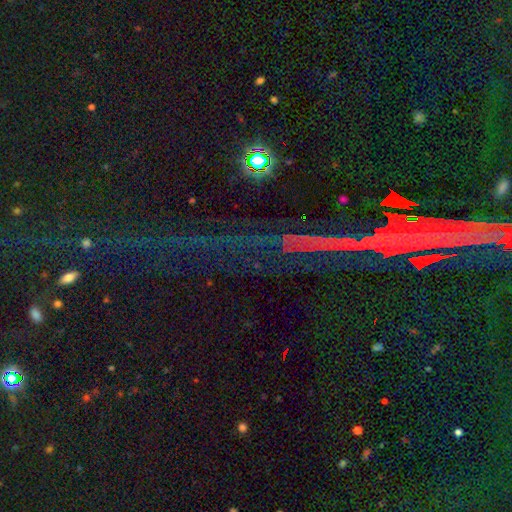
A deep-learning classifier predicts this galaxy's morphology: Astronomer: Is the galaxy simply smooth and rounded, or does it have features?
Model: star or artifact — 78%.